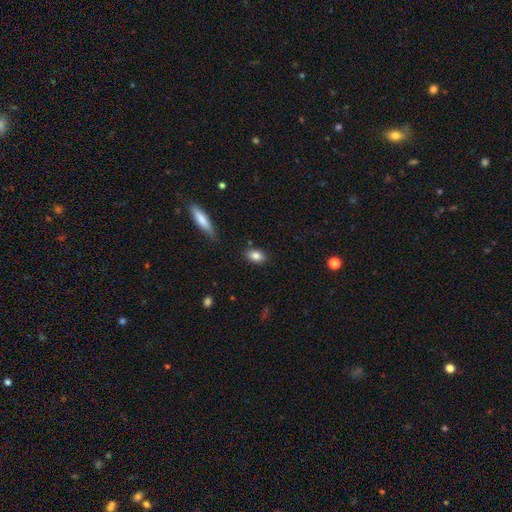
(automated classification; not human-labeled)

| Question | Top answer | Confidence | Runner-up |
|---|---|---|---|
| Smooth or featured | smooth | 83% | featured or disk (9%) |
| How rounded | in between | 88% | round (8%) |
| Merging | none | 85% | minor disturbance (11%) |